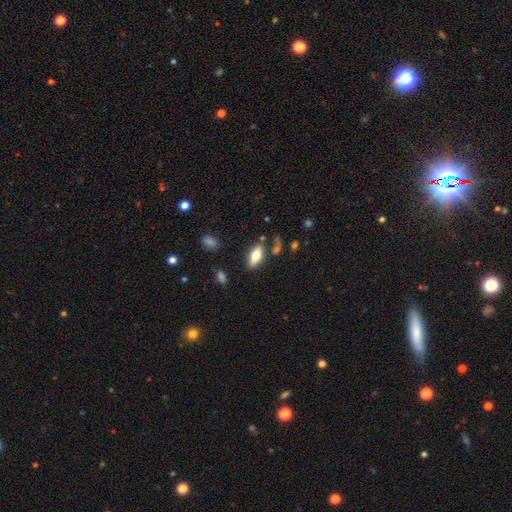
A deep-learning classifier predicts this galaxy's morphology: A smooth galaxy with no disk features (65%) that is in between round and cigar-shaped (79%).

Vote fractions:
- Smooth or featured? smooth: 65% / featured or disk: 28% / star or artifact: 7%
- How rounded? in between: 79% / cigar-shaped: 18% / round: 3%
- Merging? none: 72% / minor disturbance: 15% / merger: 8% / major disturbance: 5%